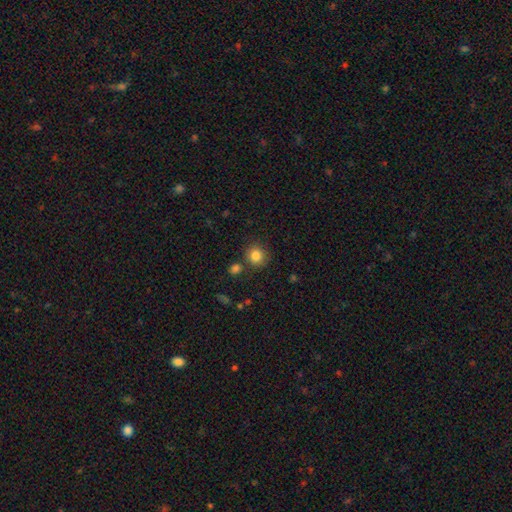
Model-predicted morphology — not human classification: smooth 83%, star or artifact 11%, featured or disk 6%. Down the decision tree: how rounded — round (88%); merging — none (81%).